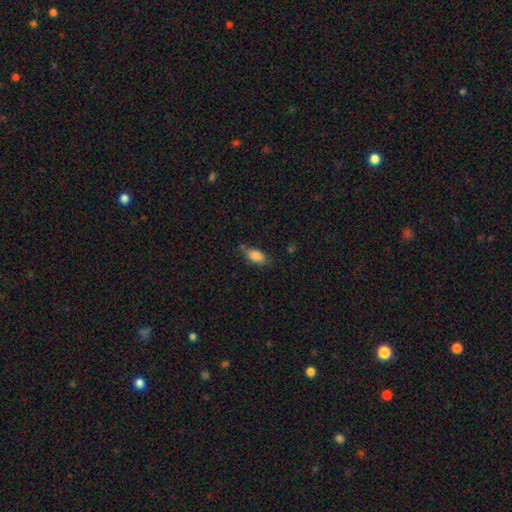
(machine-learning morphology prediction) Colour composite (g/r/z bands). It shows a smooth galaxy with no disk features (85%) that is in between round and cigar-shaped (89%). Merging: none (63%).